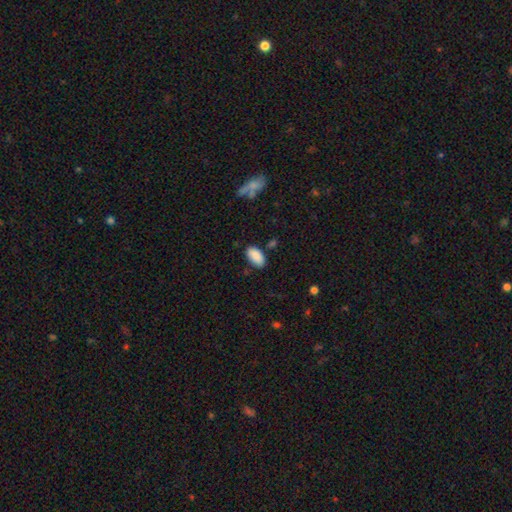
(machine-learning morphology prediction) Smooth or featured?
  - smooth: 88% *
  - star or artifact: 7%
  - featured or disk: 5%
How rounded?
  - in between: 94% *
  - cigar-shaped: 3%
  - round: 3%
Merging?
  - none: 79% *
  - minor disturbance: 15%
  - merger: 3%
  - major disturbance: 3%